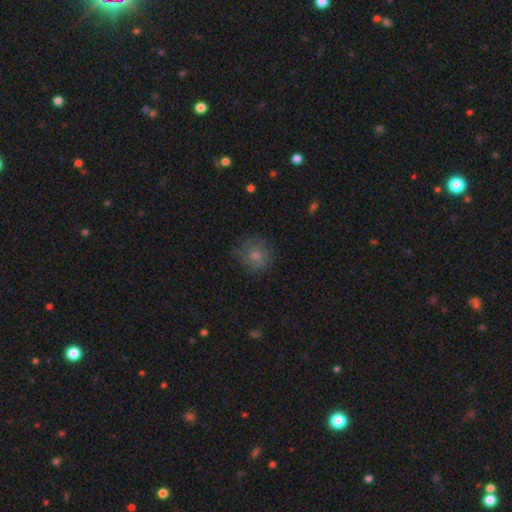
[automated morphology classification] Q: Smooth or featured?
A: smooth (68%); runner-up: featured or disk (20%)
Q: How rounded?
A: round (86%); runner-up: in between (13%)
Q: Merging?
A: none (70%); runner-up: minor disturbance (19%)